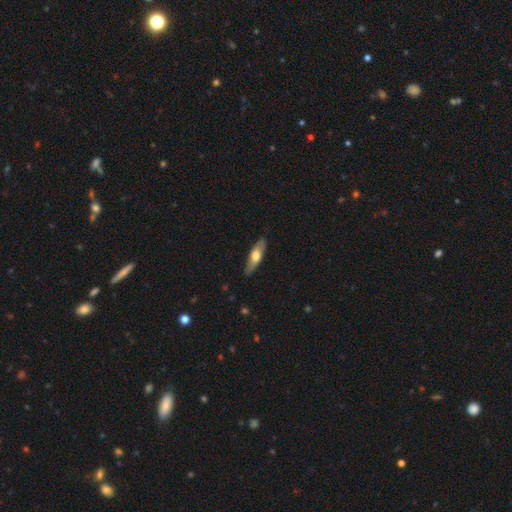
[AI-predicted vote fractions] Smooth or featured? smooth (55%)
How rounded? cigar-shaped (57%)
Merging? none (85%)